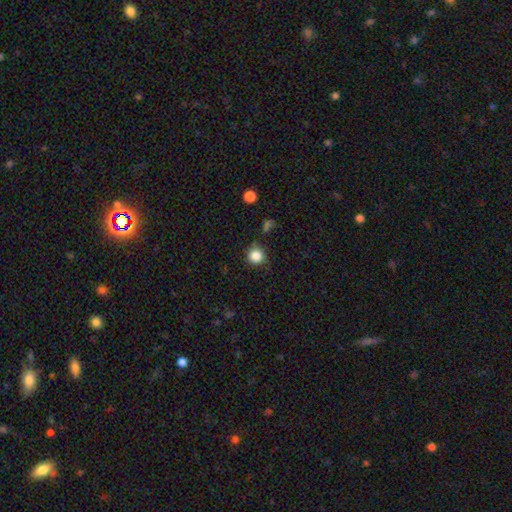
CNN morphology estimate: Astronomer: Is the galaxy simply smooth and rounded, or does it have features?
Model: smooth — 85%.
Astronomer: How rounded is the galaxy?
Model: round — 93%.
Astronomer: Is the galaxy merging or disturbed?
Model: none — 80%.